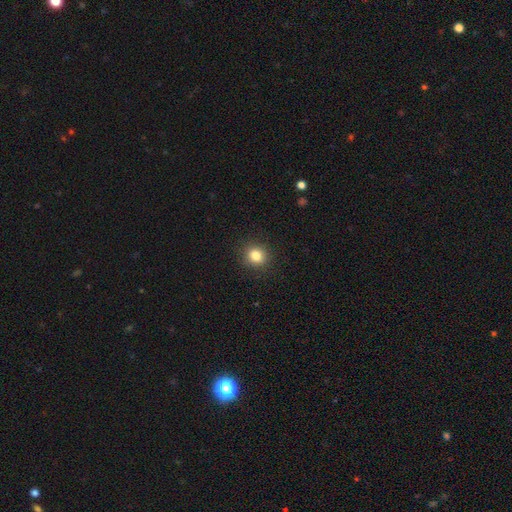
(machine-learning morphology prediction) This is clearly a smooth galaxy (83%). How rounded: clearly round (86%). Merging: clearly none (91%).